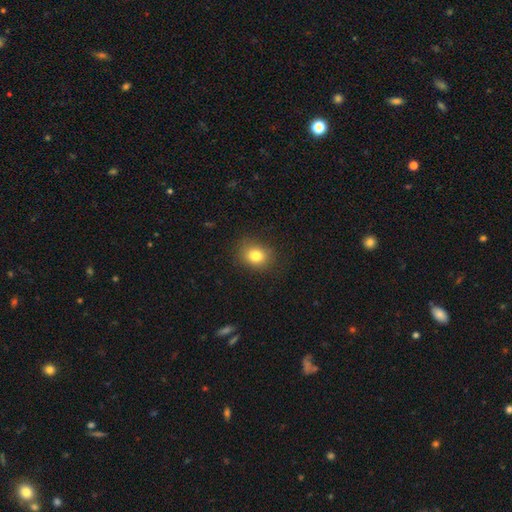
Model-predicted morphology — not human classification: A smooth galaxy with no disk features (80%) that is round (59%).

Vote fractions:
- Smooth or featured? smooth: 80% / star or artifact: 12% / featured or disk: 8%
- How rounded? round: 59% / in between: 40% / cigar-shaped: 1%
- Merging? none: 84% / minor disturbance: 12% / major disturbance: 4% / merger: 1%